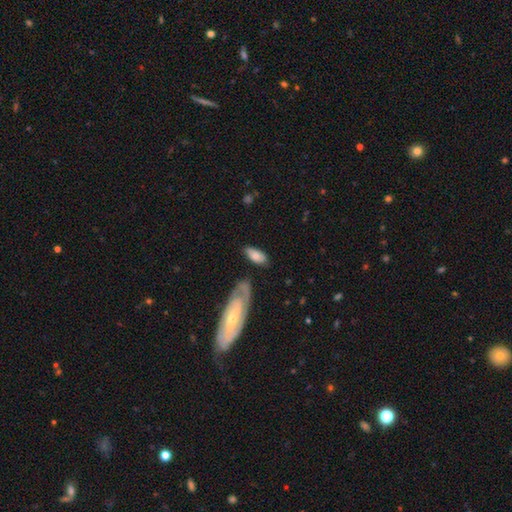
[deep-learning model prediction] Q: Smooth or featured?
A: smooth (73%); runner-up: featured or disk (21%)
Q: How rounded?
A: in between (86%); runner-up: cigar-shaped (11%)
Q: Merging?
A: none (65%); runner-up: minor disturbance (19%)